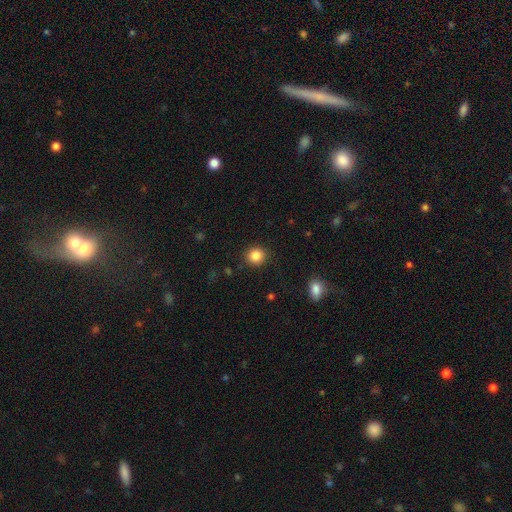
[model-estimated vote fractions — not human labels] A smooth galaxy with no disk features (85%) that is round (90%). Merging: none (90%).